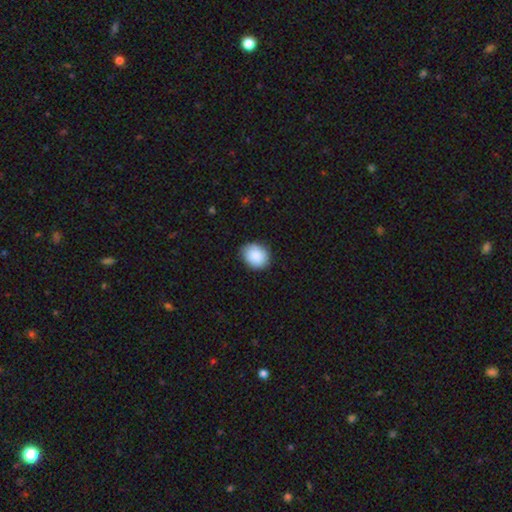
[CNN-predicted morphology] This appears to be a smooth galaxy with no disk features (89%) that is round (52%). Merging: none (85%).